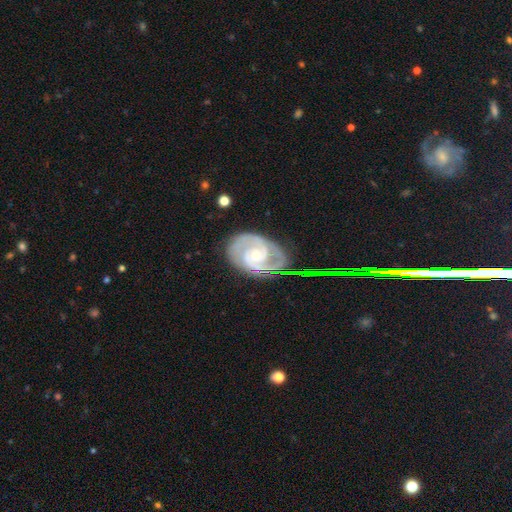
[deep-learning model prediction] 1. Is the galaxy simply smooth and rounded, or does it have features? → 89% featured or disk, 6% smooth, 5% star or artifact.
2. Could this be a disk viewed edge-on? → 97% no, 3% yes.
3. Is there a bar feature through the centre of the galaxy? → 61% no, 31% weak, 8% strong.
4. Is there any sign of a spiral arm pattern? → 98% yes, 2% no.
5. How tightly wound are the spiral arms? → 59% tight, 35% medium, 6% loose.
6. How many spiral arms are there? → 76% 2, 10% 3, 7% can't tell, 3% 1, 2% 4, 2% more than 4.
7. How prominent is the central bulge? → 64% small, 31% moderate, 2% none, 2% large, 1% dominant.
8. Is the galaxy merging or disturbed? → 73% none, 18% minor disturbance, 7% major disturbance, 2% merger.